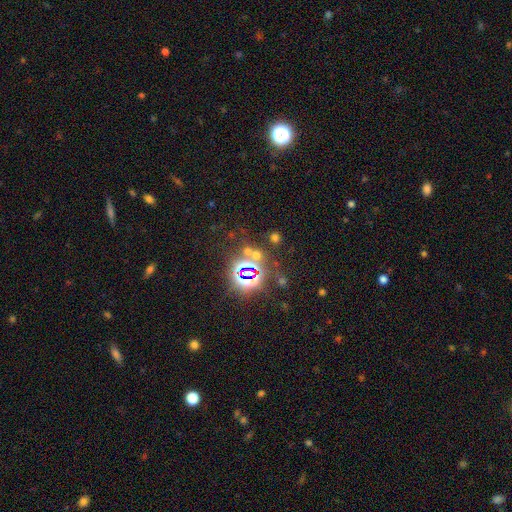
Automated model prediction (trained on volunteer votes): Smooth or featured?
  - star or artifact: 58% *
  - smooth: 33%
  - featured or disk: 9%